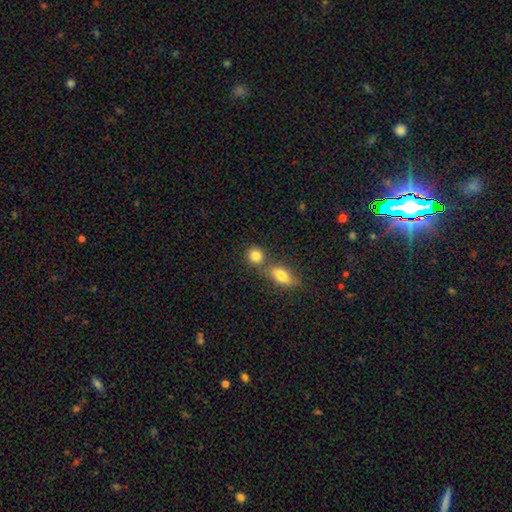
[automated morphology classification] Smooth or featured?
  - smooth: 83% *
  - star or artifact: 9%
  - featured or disk: 8%
How rounded?
  - round: 79% *
  - in between: 19%
  - cigar-shaped: 2%
Merging?
  - none: 57% *
  - merger: 31%
  - minor disturbance: 8%
  - major disturbance: 3%